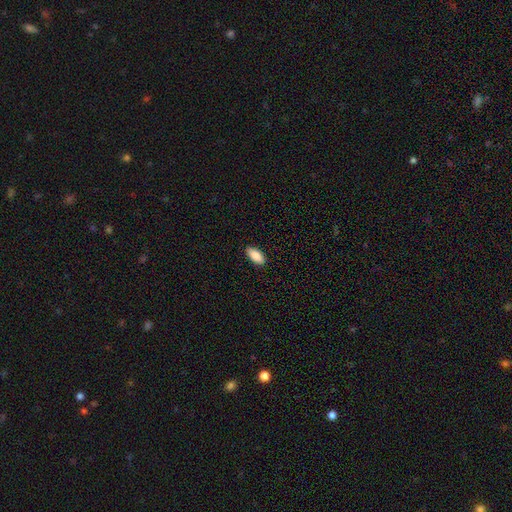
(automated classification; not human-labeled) This is clearly a smooth galaxy (88%). How rounded: clearly in between (88%). Merging: clearly none (90%).